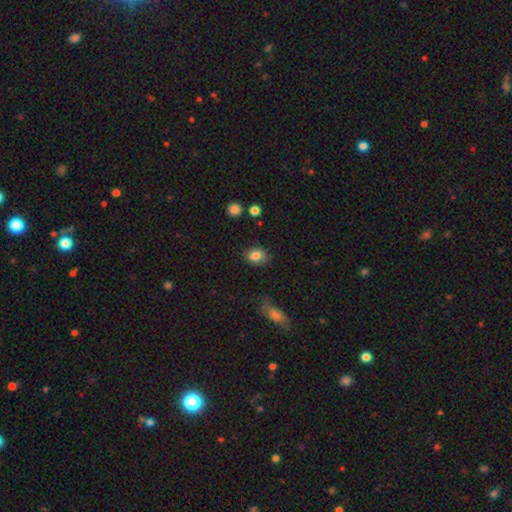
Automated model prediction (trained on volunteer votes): Smooth or featured? Predicted: smooth (p=0.84). How rounded? Predicted: in between (p=0.67). Merging? Predicted: none (p=0.75).